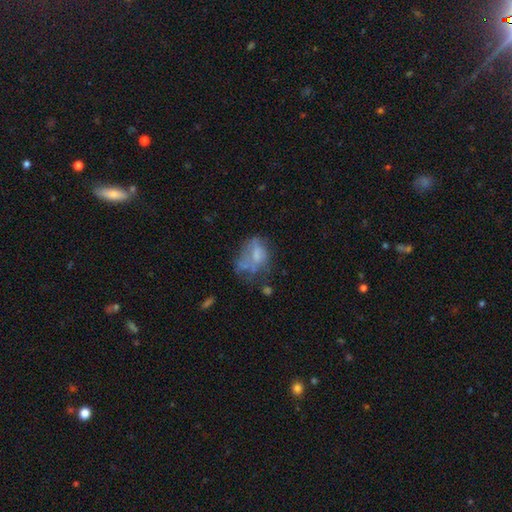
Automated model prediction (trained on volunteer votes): Q: Smooth or featured?
A: smooth (46%); runner-up: featured or disk (41%)
Q: Merging?
A: major disturbance (32%); runner-up: none (30%)